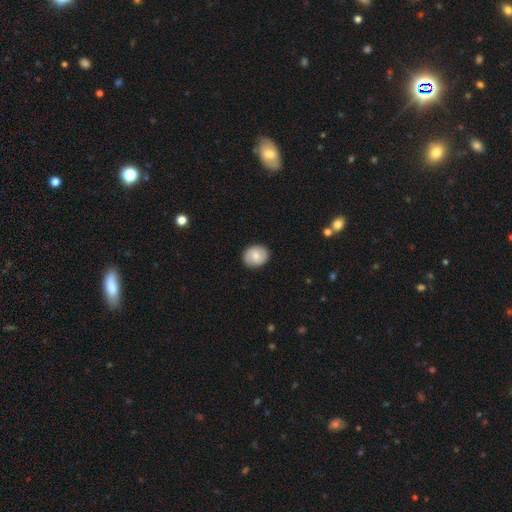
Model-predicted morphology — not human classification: type=smooth (70%); roundness=round (61%); merging=none (88%).